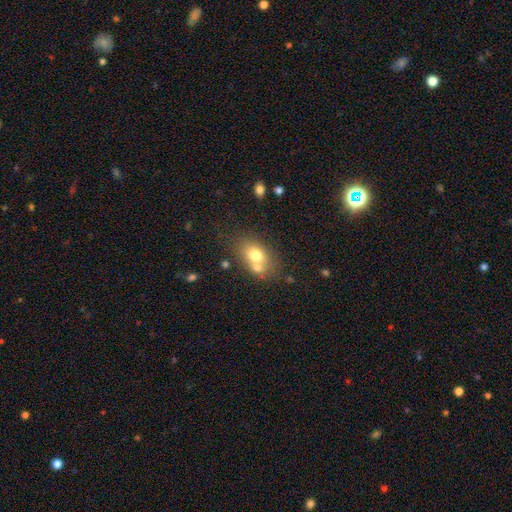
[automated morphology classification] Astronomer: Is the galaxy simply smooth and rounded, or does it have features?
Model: smooth — 70%.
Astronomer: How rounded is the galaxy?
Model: in between — 71%.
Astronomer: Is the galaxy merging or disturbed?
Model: none — 46% (runner-up: merger, 37%).